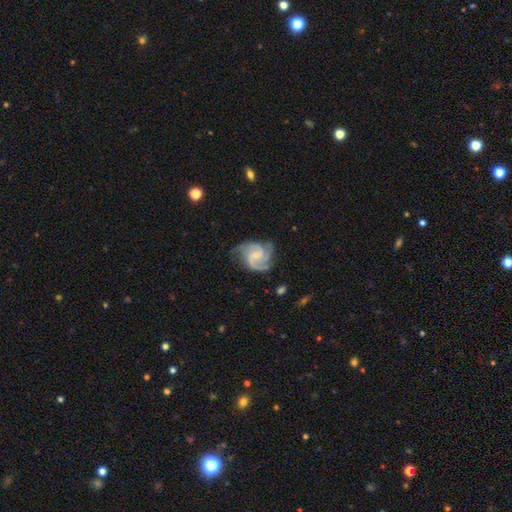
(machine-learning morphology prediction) Smooth or featured?
  - featured or disk: 90% *
  - smooth: 5%
  - star or artifact: 4%
Edge-on disk?
  - no: 98% *
  - yes: 2%
Bar?
  - no: 51% *
  - weak: 41%
  - strong: 8%
Spiral arms?
  - yes: 98% *
  - no: 2%
Spiral winding?
  - medium: 56% *
  - tight: 30%
  - loose: 14%
Spiral arm count?
  - 3: 50% *
  - 2: 32%
  - can't tell: 6%
  - 4: 5%
  - 1: 3%
  - more than 4: 3%
Bulge size?
  - small: 66% *
  - moderate: 23%
  - none: 9%
  - large: 1%
  - dominant: 1%
Merging?
  - none: 65% *
  - minor disturbance: 22%
  - major disturbance: 11%
  - merger: 2%